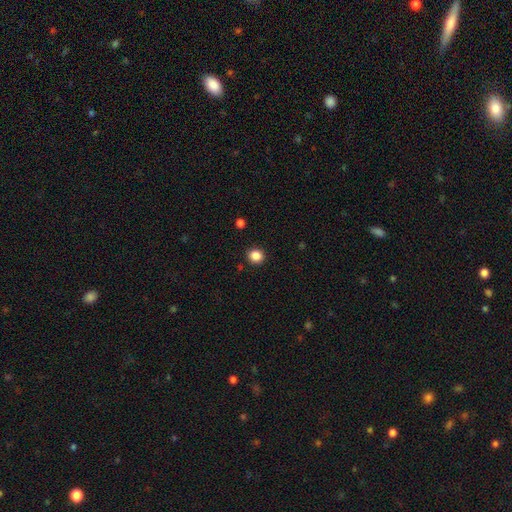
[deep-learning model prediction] Smooth or featured?
  - smooth: 86% *
  - star or artifact: 11%
  - featured or disk: 3%
How rounded?
  - round: 89% *
  - in between: 11%
  - cigar-shaped: 1%
Merging?
  - none: 91% *
  - minor disturbance: 5%
  - major disturbance: 2%
  - merger: 1%